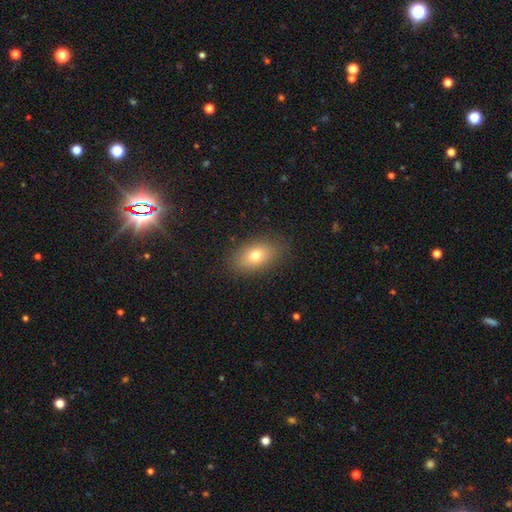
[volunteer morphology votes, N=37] A smooth galaxy with no disk features (70%) that is in between round and cigar-shaped (85%). Merging: none (83%).